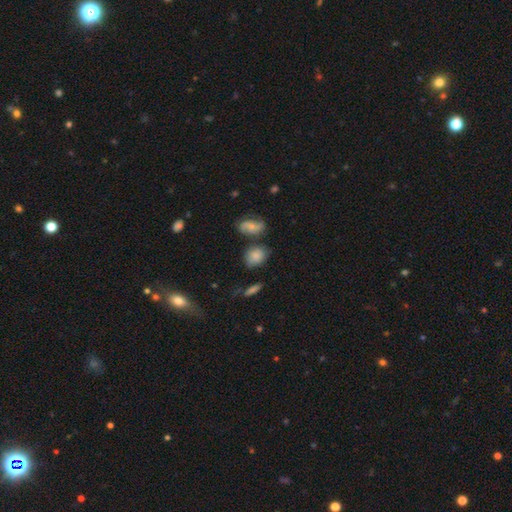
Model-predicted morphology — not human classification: Smooth or featured? Predicted: smooth (p=0.78). How rounded? Predicted: in between (p=0.52). Merging? Predicted: none (p=0.67).